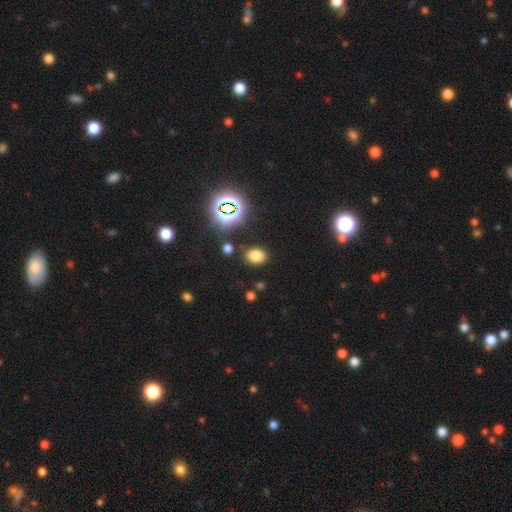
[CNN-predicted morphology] smooth_or_featured: smooth (p=0.73) [alt: star or artifact p=0.21]
how_rounded: in between (p=0.70) [alt: round p=0.29]
merging: none (p=0.83) [alt: minor disturbance p=0.10]